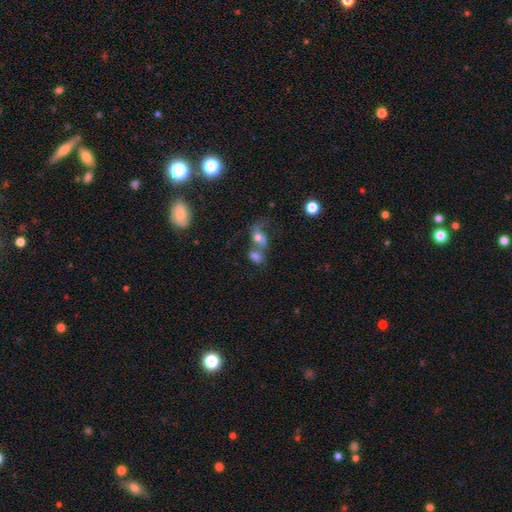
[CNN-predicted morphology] smooth_or_featured: smooth (p=0.55) [alt: featured or disk p=0.29]
how_rounded: in between (p=0.61) [alt: round p=0.36]
merging: merger (p=0.60) [alt: none p=0.21]